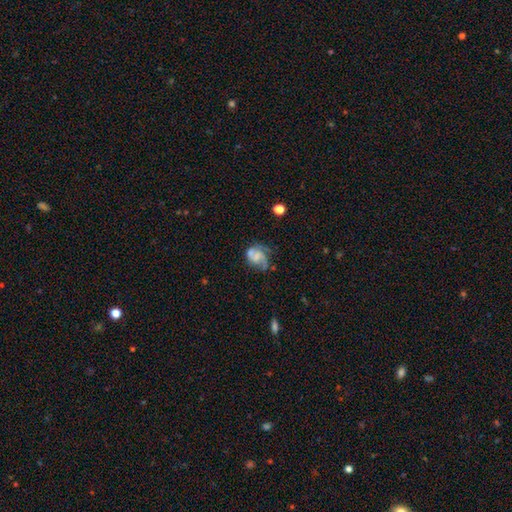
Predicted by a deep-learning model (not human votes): The model was most divided on "bulge size": none: 36%, small: 35%, moderate: 22%, large: 5%, dominant: 2%. Remaining: edge-on disk — no (98%); spiral arms — yes (75%); bar — no (69%); smooth or featured — featured or disk (58%); merging — none (35%).